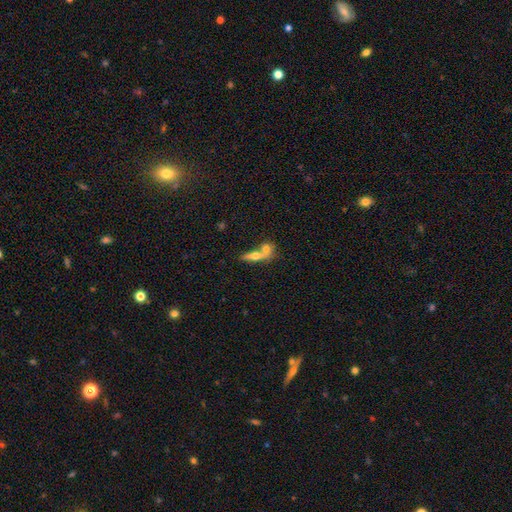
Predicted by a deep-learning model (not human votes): Morphology: type=smooth (48%); merging=none (44%).